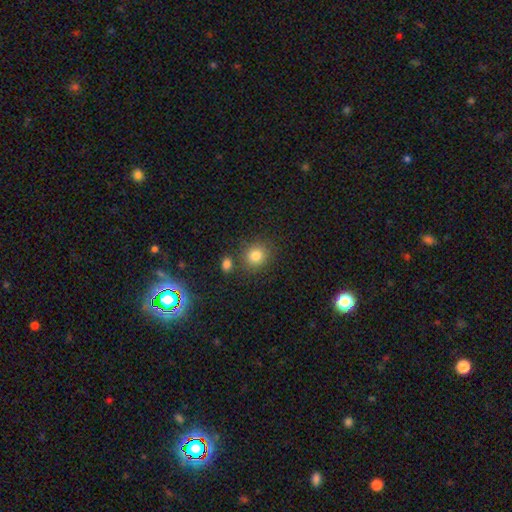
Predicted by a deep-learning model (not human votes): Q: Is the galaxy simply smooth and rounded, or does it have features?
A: smooth — 83%.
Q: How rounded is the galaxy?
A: round — 84%.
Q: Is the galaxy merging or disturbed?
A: none — 76%.